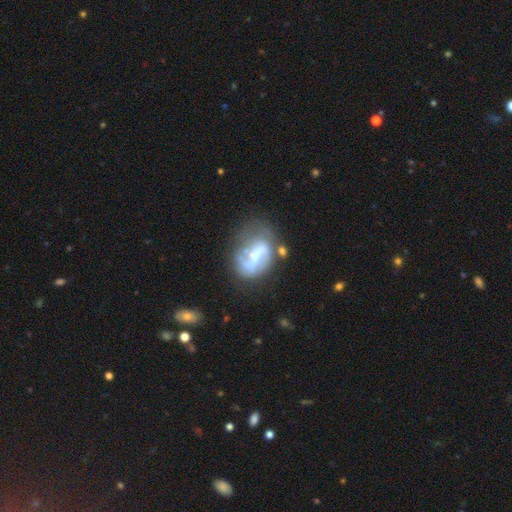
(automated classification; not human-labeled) Overall: featured or disk (70%). Edge-on disk: no (97%). Bar: weak (42%; strong 36%). Spiral arms: yes (73%). Bulge size: moderate (43%; small 31%). Merging: none (43%; minor disturbance 24%).